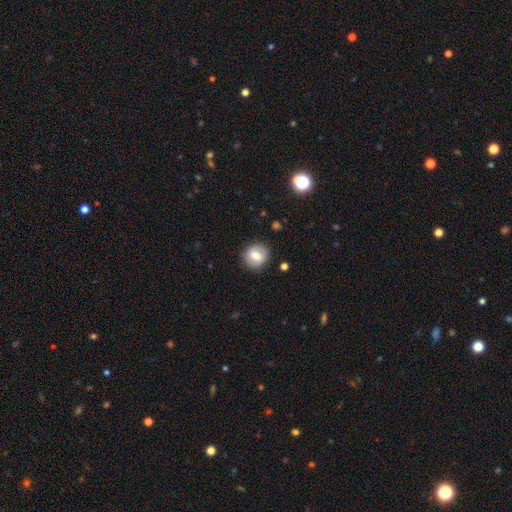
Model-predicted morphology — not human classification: A smooth galaxy with no disk features (64%) that is round (81%).

Vote fractions:
- Smooth or featured? smooth: 64% / featured or disk: 28% / star or artifact: 8%
- How rounded? round: 81% / in between: 18% / cigar-shaped: 1%
- Merging? none: 86% / minor disturbance: 10% / major disturbance: 3% / merger: 1%